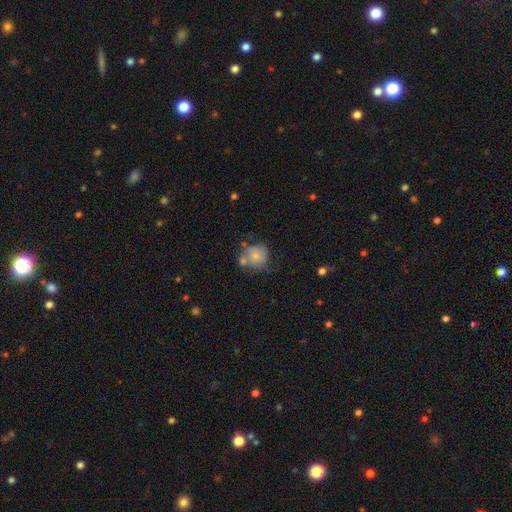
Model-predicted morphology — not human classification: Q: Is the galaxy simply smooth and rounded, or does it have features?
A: smooth — 66%.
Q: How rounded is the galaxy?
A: round — 82%.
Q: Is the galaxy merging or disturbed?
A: none — 47%.